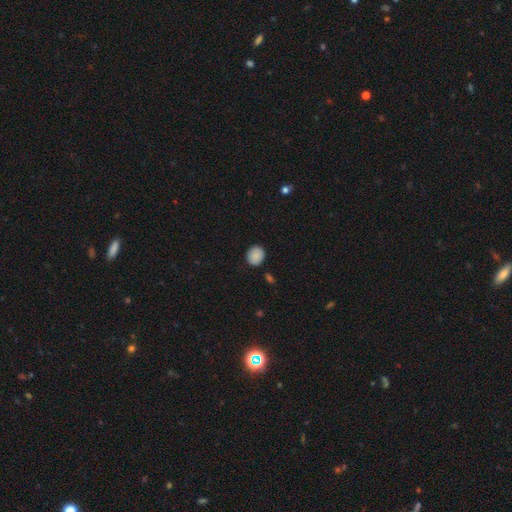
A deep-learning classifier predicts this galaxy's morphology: A smooth galaxy with no disk features (88%) that is round (75%).

Vote fractions:
- Smooth or featured? smooth: 88% / star or artifact: 8% / featured or disk: 4%
- How rounded? round: 75% / in between: 24% / cigar-shaped: 1%
- Merging? none: 87% / minor disturbance: 9% / major disturbance: 2% / merger: 2%